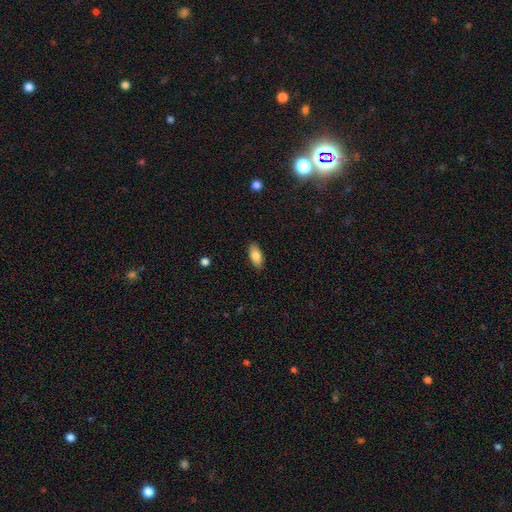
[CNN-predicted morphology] Smooth or featured?
  - smooth: 83% *
  - featured or disk: 10%
  - star or artifact: 7%
How rounded?
  - in between: 88% *
  - cigar-shaped: 9%
  - round: 3%
Merging?
  - none: 88% *
  - minor disturbance: 9%
  - major disturbance: 2%
  - merger: 1%